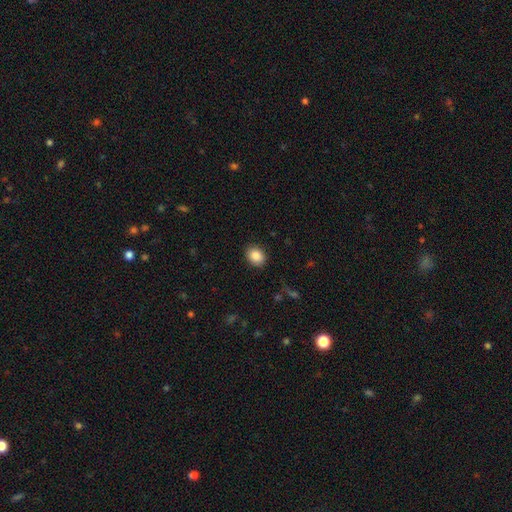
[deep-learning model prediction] Smooth or featured? Predicted: smooth (p=0.87). How rounded? Predicted: in between (p=0.52). Merging? Predicted: none (p=0.89).